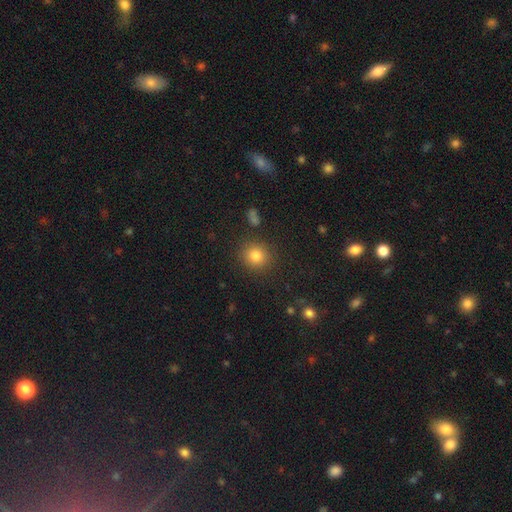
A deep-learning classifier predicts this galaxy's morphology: The model was most divided on "smooth or featured": smooth: 82%, star or artifact: 12%, featured or disk: 6%. More confident: how rounded — round (87%); merging — none (87%).